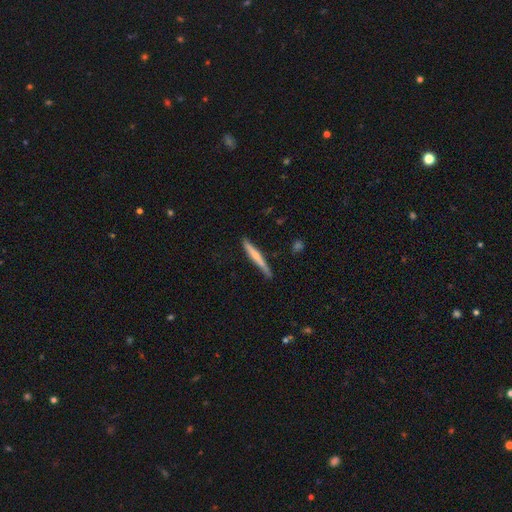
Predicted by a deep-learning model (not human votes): smooth-or-featured: smooth: 50% | featured or disk: 45% | star or artifact: 5%
  merging: none: 82% | minor disturbance: 15% | major disturbance: 2% | merger: 2%